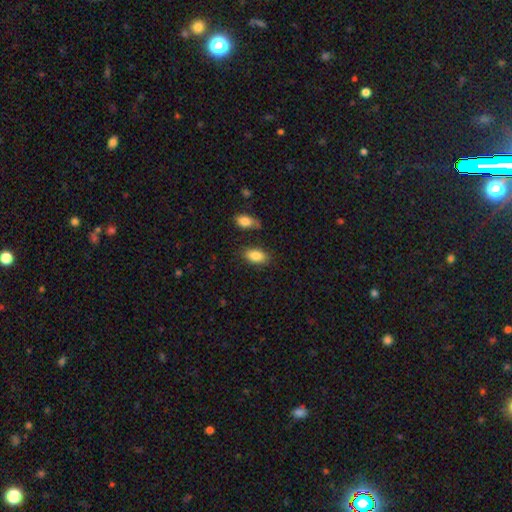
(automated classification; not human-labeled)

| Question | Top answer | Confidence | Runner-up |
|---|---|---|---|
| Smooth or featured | smooth | 84% | featured or disk (9%) |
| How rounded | in between | 92% | round (4%) |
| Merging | none | 78% | minor disturbance (13%) |